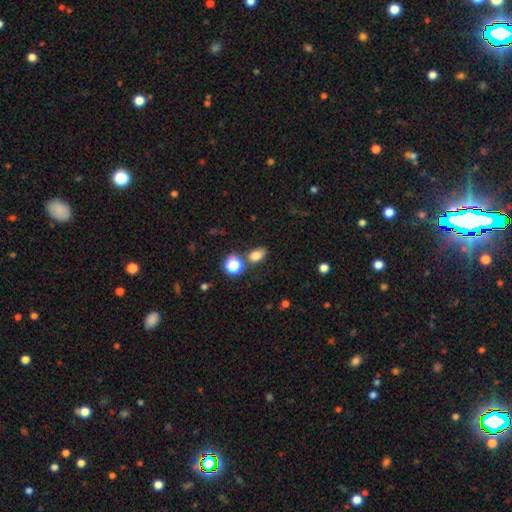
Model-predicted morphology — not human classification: A smooth galaxy with no disk features (78%) that is in between round and cigar-shaped (74%).

Vote fractions:
- Smooth or featured? smooth: 78% / star or artifact: 15% / featured or disk: 7%
- How rounded? in between: 74% / round: 25% / cigar-shaped: 2%
- Merging? none: 72% / minor disturbance: 13% / merger: 11% / major disturbance: 4%